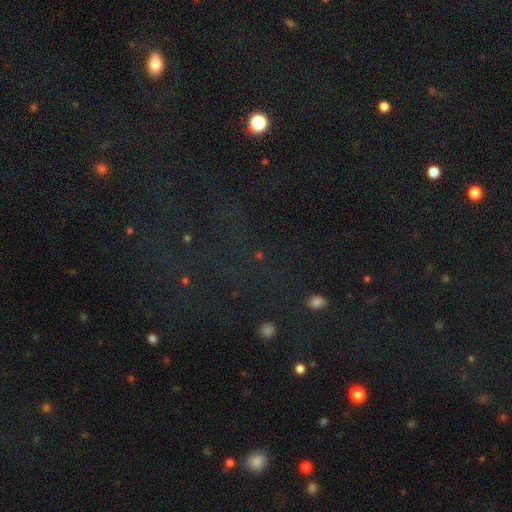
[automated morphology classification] Smooth or featured? star or artifact (69%)